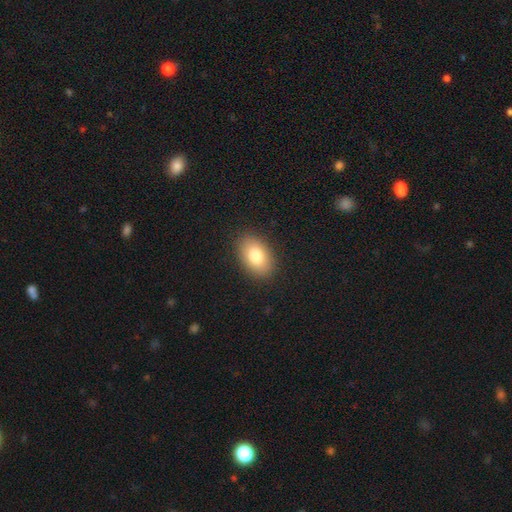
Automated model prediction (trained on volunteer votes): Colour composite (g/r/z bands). It shows a smooth galaxy with no disk features (80%) that is in between round and cigar-shaped (88%). Merging: none (89%).